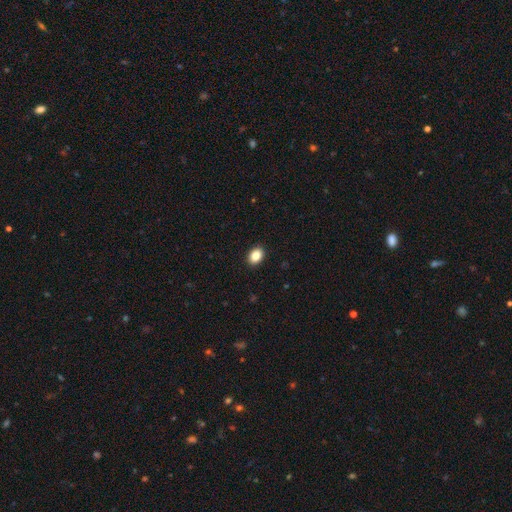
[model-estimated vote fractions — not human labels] smooth 87%, star or artifact 9%, featured or disk 5%. Down the decision tree: how rounded — in between (78%); merging — none (91%).